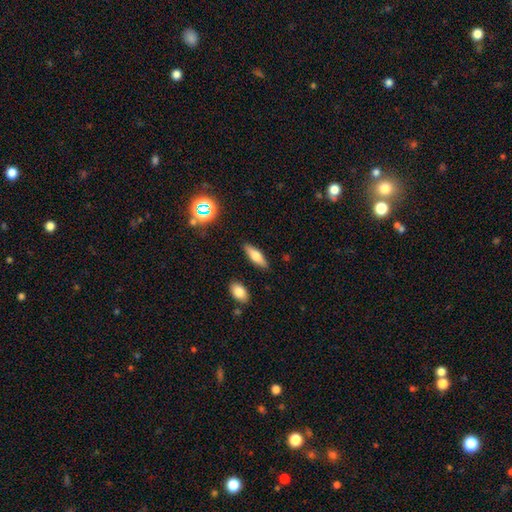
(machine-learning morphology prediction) smooth_or_featured: smooth (p=0.62) [alt: featured or disk p=0.29]
how_rounded: in between (p=0.51) [alt: cigar-shaped p=0.46]
merging: none (p=0.86) [alt: minor disturbance p=0.09]